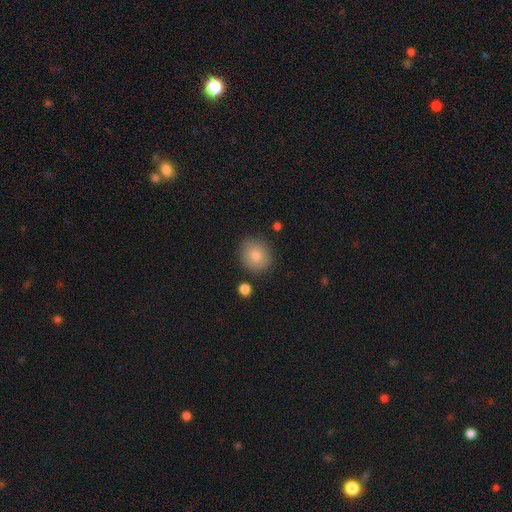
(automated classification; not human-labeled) smooth 76%, featured or disk 13%, star or artifact 11%. Down the decision tree: how rounded — round (74%); merging — none (85%).